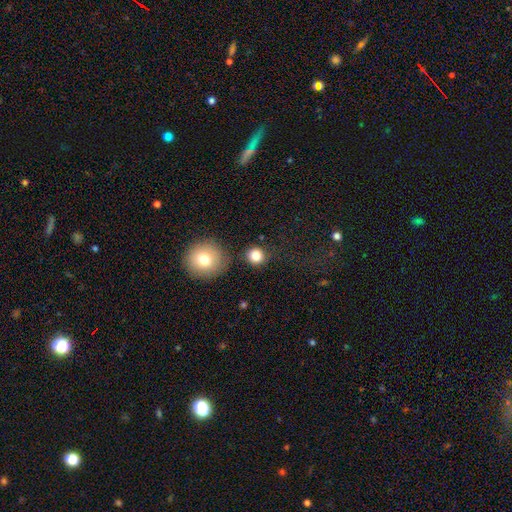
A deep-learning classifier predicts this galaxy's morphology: Smooth or featured: smooth — 83% (star or artifact — 11%)
How rounded: round — 91% (in between — 8%)
Merging: none — 80% (minor disturbance — 10%)